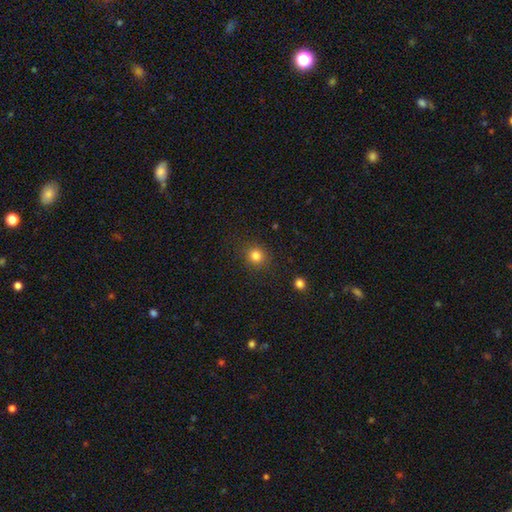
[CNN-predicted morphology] This appears to be a smooth galaxy with no disk features (83%) that is round (89%). Merging: none (88%).